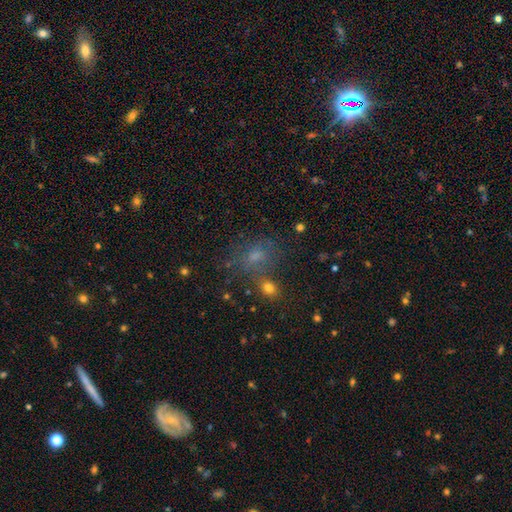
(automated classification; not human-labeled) smooth_or_featured: smooth (p=0.57) [alt: star or artifact p=0.26]
how_rounded: in between (p=0.57) [alt: round p=0.40]
merging: none (p=0.55) [alt: merger p=0.17]